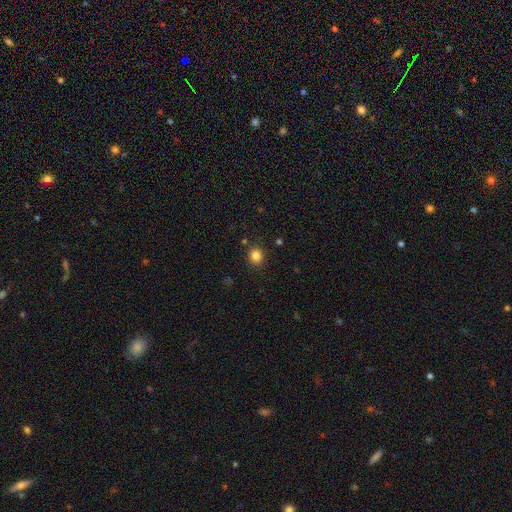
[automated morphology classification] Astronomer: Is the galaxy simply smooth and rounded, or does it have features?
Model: smooth — 83%.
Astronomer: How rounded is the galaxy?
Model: round — 80%.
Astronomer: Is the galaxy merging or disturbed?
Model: none — 89%.